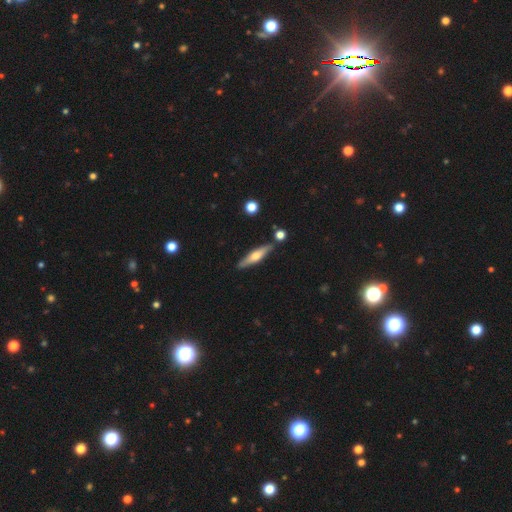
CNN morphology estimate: This is possibly a featured or disk galaxy (51%). It is clearly viewed edge-on (92%). Merging: clearly none (83%).